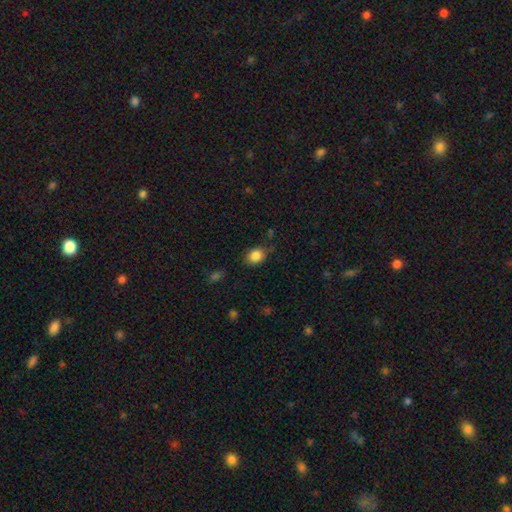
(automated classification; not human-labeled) This appears to be a smooth galaxy with no disk features (85%) that is in between round and cigar-shaped (56%). Merging: none (73%).